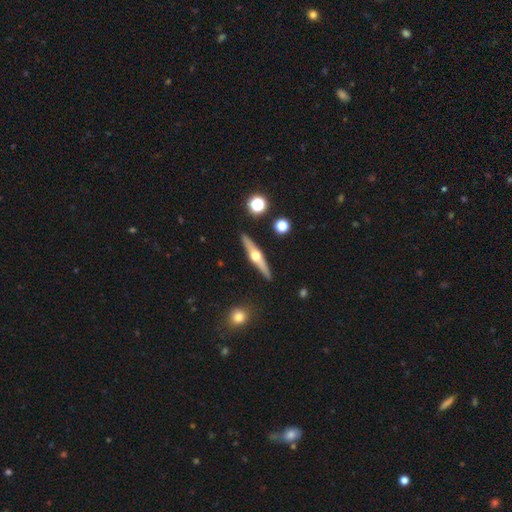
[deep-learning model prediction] Q: Smooth or featured?
A: featured or disk (71%); runner-up: smooth (23%)
Q: Edge-on disk?
A: yes (97%); runner-up: no (3%)
Q: Edge-on bulge?
A: rounded (95%); runner-up: boxy (2%)
Q: Merging?
A: none (90%); runner-up: minor disturbance (7%)